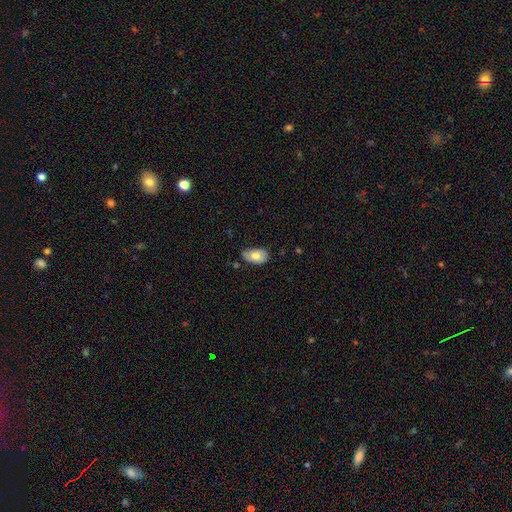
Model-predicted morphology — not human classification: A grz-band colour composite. It shows a smooth galaxy with no disk features (74%) that is in between round and cigar-shaped (90%). Merging: none (55%).